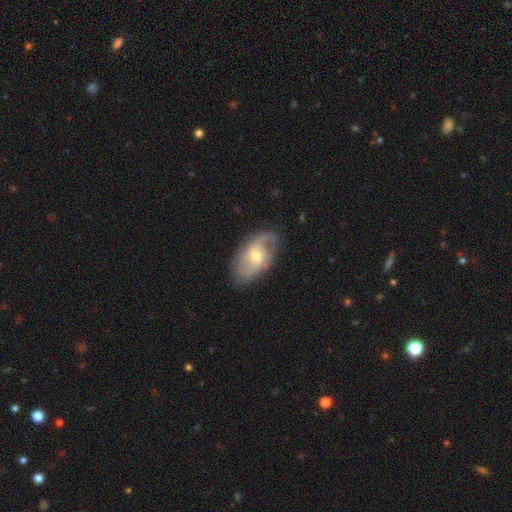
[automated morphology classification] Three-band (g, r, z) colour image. It shows a featured or disk galaxy (73%) with no bar (49%), 2 (66%) medium (43%) spiral arms (89%) and a moderate central bulge (55%). Merging: none (75%).